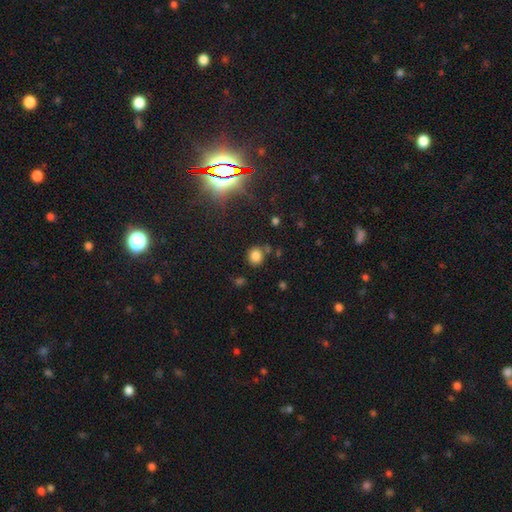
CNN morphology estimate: The model was most divided on "how rounded": round: 79%, in between: 20%, cigar-shaped: 1%. More confident: smooth or featured — smooth (79%); merging — none (77%).